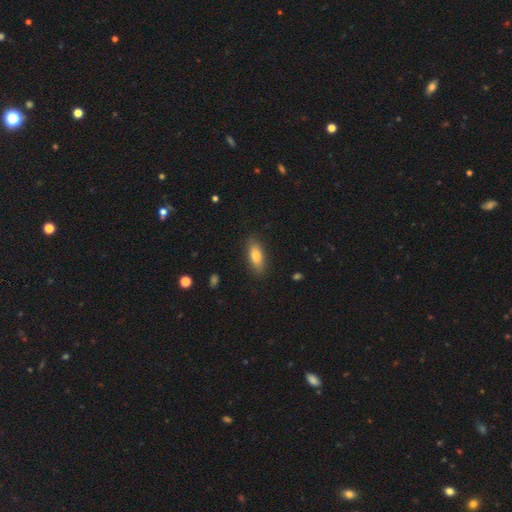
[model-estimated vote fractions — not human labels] Q: Smooth or featured?
A: smooth (79%); runner-up: featured or disk (14%)
Q: How rounded?
A: in between (74%); runner-up: cigar-shaped (23%)
Q: Merging?
A: none (86%); runner-up: minor disturbance (11%)